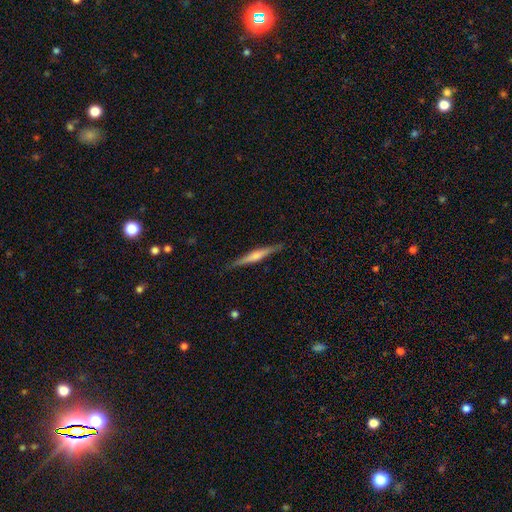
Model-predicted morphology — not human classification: Overall: featured or disk (72%). Edge-on disk: yes (98%). Edge-on bulge: rounded (68%). Merging: none (90%).